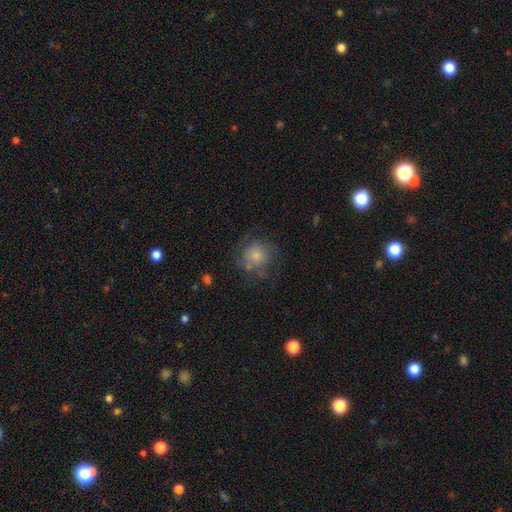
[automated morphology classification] A smooth galaxy with no disk features (69%) that is round (86%). Merging: none (57%).